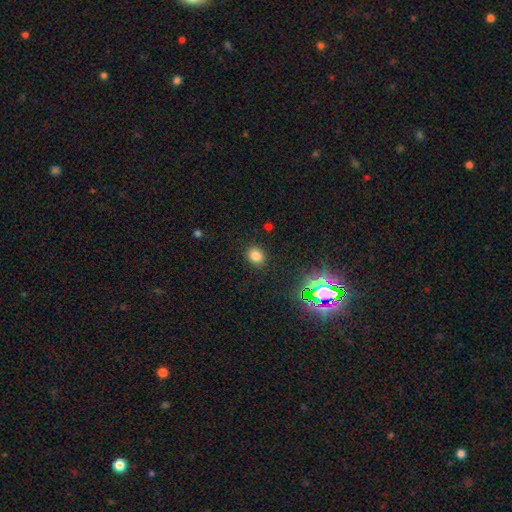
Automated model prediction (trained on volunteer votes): Smooth or featured? Predicted: smooth (p=0.79). How rounded? Predicted: round (p=0.61). Merging? Predicted: none (p=0.89).